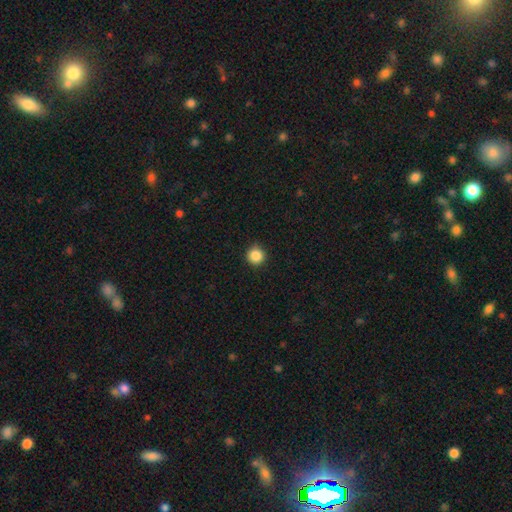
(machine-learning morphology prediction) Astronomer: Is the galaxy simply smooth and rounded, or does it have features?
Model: smooth — 87%.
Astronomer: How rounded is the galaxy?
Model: round — 95%.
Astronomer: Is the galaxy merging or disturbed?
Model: none — 91%.